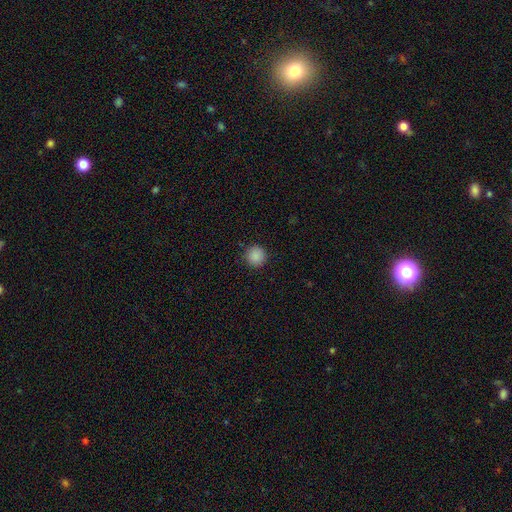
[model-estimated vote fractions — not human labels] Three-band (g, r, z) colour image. It shows a smooth galaxy with no disk features (88%) that is round (95%). Merging: none (91%).